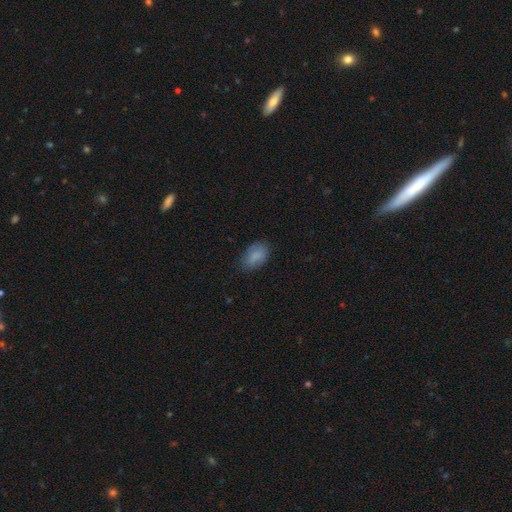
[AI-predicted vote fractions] Overall: smooth (84%). How rounded: in between (92%). Merging: none (75%).